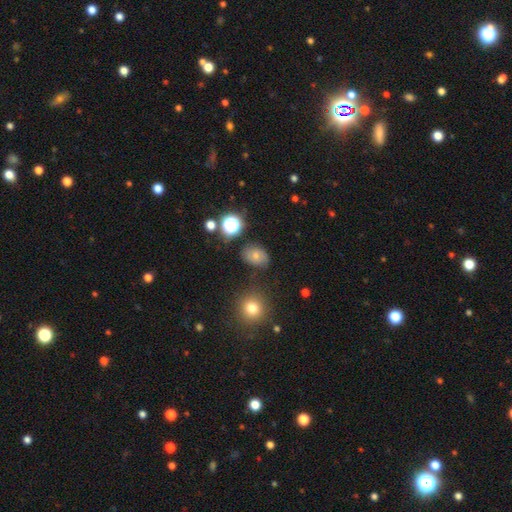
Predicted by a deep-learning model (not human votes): This appears to be a smooth galaxy with no disk features (64%) that is in between round and cigar-shaped (60%). Merging: none (76%).